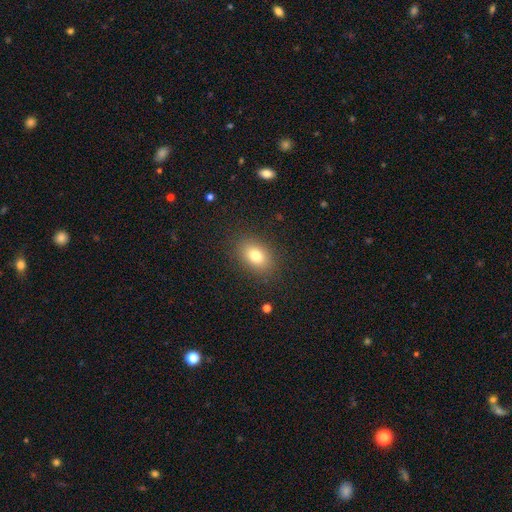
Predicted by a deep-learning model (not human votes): Smooth or featured?
  - smooth: 79% *
  - star or artifact: 11%
  - featured or disk: 10%
How rounded?
  - in between: 78% *
  - round: 20%
  - cigar-shaped: 2%
Merging?
  - none: 86% *
  - minor disturbance: 9%
  - major disturbance: 3%
  - merger: 1%